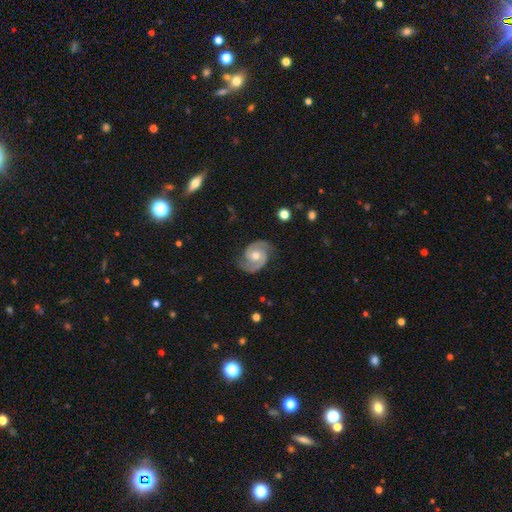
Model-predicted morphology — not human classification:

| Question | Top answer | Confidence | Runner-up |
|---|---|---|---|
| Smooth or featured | featured or disk | 87% | smooth (9%) |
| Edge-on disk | no | 98% | yes (2%) |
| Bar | no | 62% | weak (32%) |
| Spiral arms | yes | 96% | no (4%) |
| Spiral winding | medium | 52% | tight (33%) |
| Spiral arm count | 2 | 93% | can't tell (3%) |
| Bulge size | moderate | 76% | small (13%) |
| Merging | none | 78% | minor disturbance (16%) |